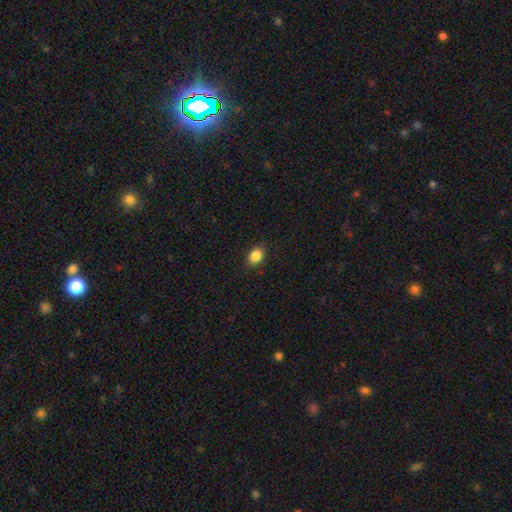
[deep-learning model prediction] Smooth or featured? smooth (86%)
How rounded? in between (65%)
Merging? none (88%)